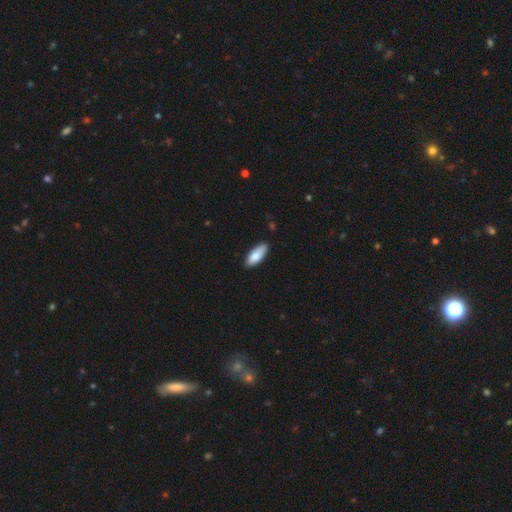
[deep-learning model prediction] Smooth or featured? smooth (84%)
How rounded? in between (75%)
Merging? none (83%)